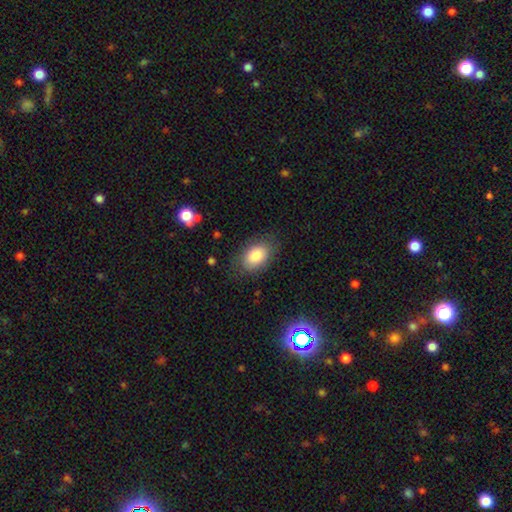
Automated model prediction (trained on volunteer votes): A smooth galaxy with no disk features (82%) that is in between round and cigar-shaped (89%). Merging: none (78%).